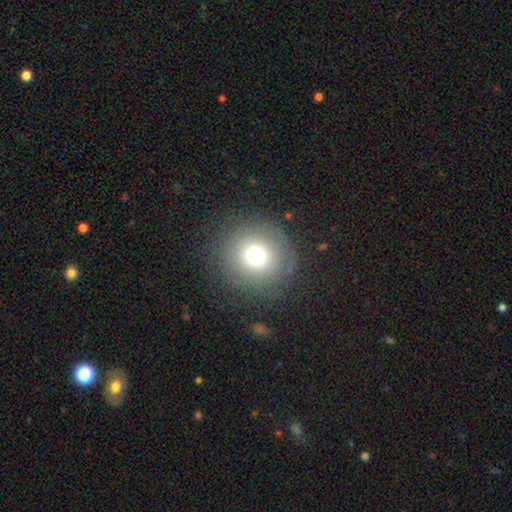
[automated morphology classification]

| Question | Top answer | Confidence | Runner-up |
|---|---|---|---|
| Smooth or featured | smooth | 68% | featured or disk (16%) |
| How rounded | round | 94% | in between (5%) |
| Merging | none | 82% | minor disturbance (10%) |